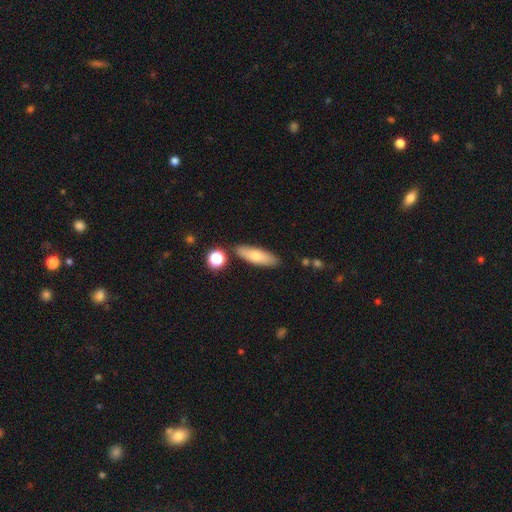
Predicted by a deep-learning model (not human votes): Q: Smooth or featured?
A: smooth (71%); runner-up: featured or disk (22%)
Q: How rounded?
A: cigar-shaped (49%); runner-up: in between (48%)
Q: Merging?
A: none (85%); runner-up: minor disturbance (9%)